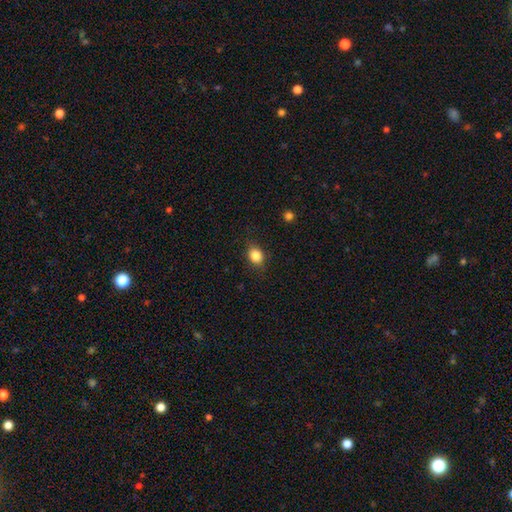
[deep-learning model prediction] The model was most divided on "how rounded": in between: 50%, round: 49%, cigar-shaped: 1%. More confident: smooth or featured — smooth (84%); merging — none (81%).